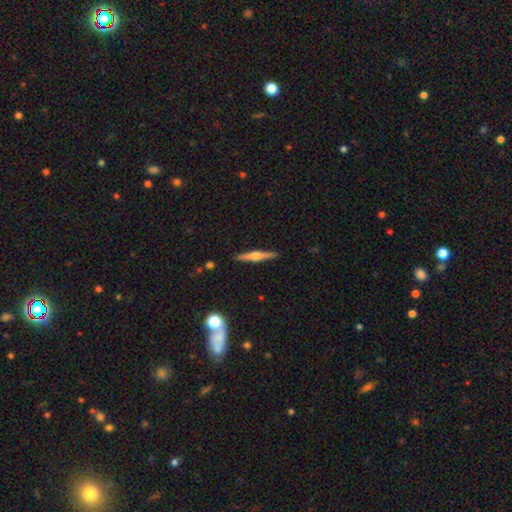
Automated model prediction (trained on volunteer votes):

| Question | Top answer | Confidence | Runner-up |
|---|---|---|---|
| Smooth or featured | featured or disk | 66% | smooth (27%) |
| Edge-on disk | yes | 98% | no (2%) |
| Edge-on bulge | rounded | 84% | boxy (10%) |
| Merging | none | 91% | minor disturbance (7%) |